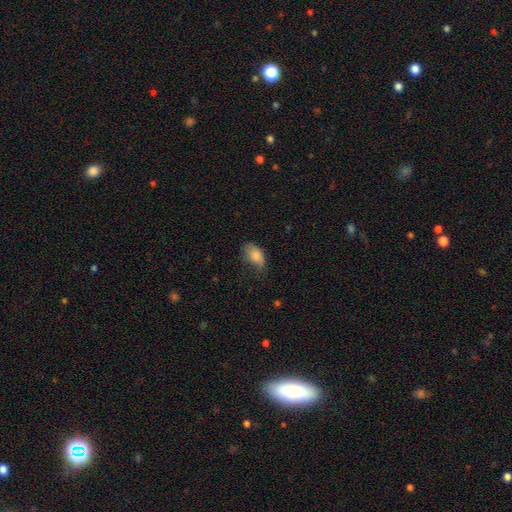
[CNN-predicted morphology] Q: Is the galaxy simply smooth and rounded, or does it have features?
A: smooth — 83%.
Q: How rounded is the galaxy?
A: in between — 92%.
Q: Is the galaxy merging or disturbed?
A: none — 54%.